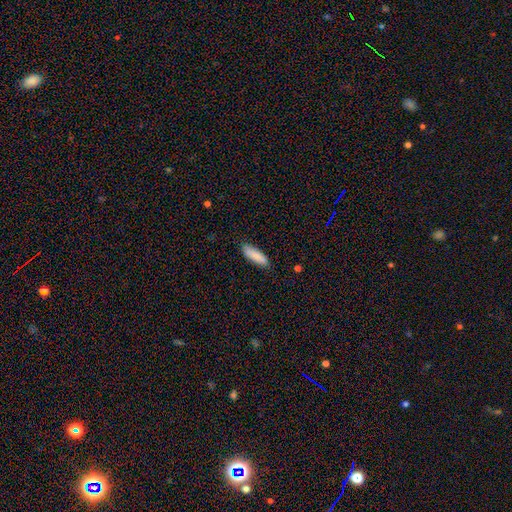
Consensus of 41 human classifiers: Smooth or featured?
  - smooth: 93% *
  - star or artifact: 5%
  - featured or disk: 2%
How rounded?
  - cigar-shaped: 55% *
  - in between: 42%
  - round: 3%
Merging?
  - none: 82% *
  - minor disturbance: 18%
  - major disturbance: 0%
  - merger: 0%